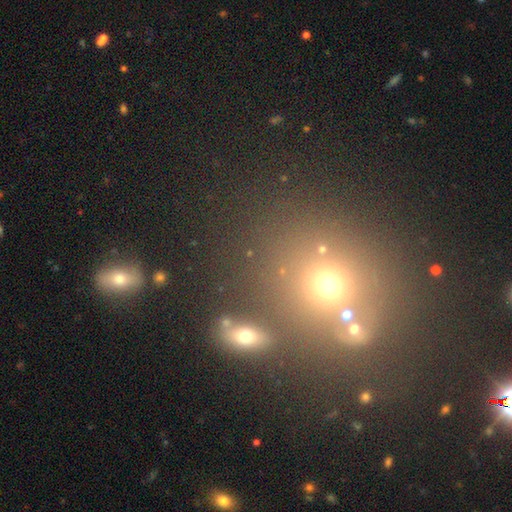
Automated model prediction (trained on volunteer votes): This appears to be a smooth galaxy with no disk features (49%). Merging: none (68%).